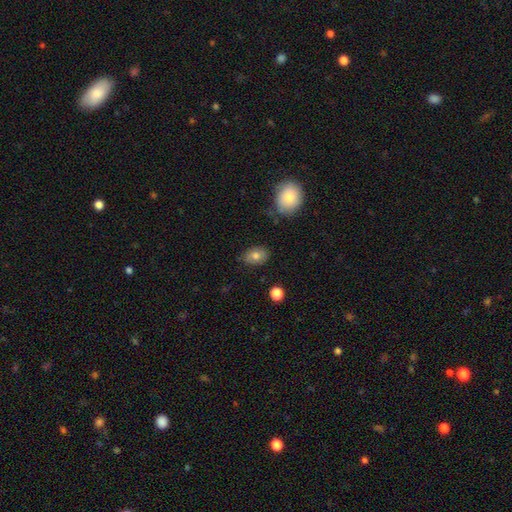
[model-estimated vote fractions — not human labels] Smooth or featured?
  - smooth: 76% *
  - featured or disk: 15%
  - star or artifact: 9%
How rounded?
  - in between: 77% *
  - round: 22%
  - cigar-shaped: 1%
Merging?
  - none: 80% *
  - minor disturbance: 15%
  - major disturbance: 3%
  - merger: 2%